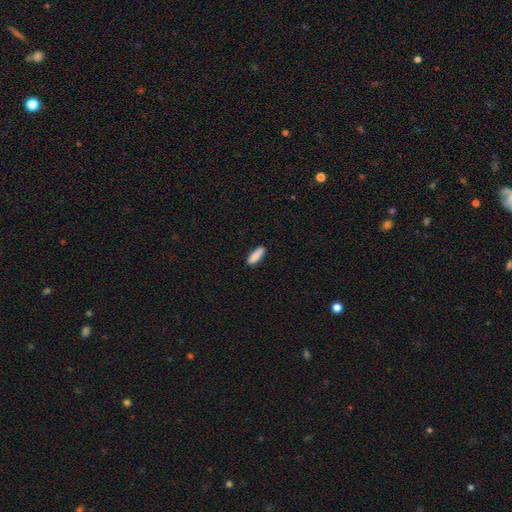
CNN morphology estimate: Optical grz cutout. It shows a smooth galaxy with no disk features (88%) that is in between round and cigar-shaped (51%). Merging: none (86%).